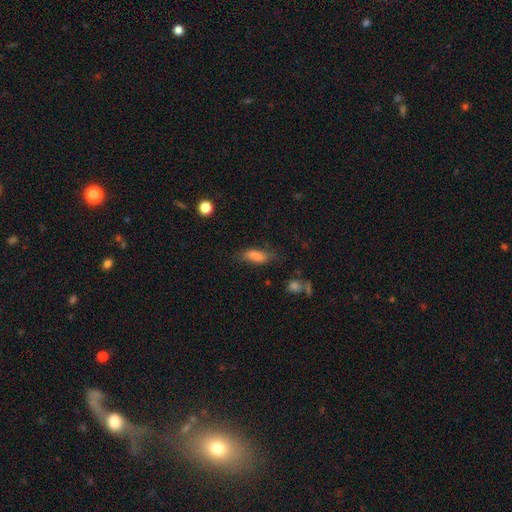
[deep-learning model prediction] smooth 77%, featured or disk 13%, star or artifact 10%. Down the decision tree: how rounded — in between (68%); merging — none (63%).